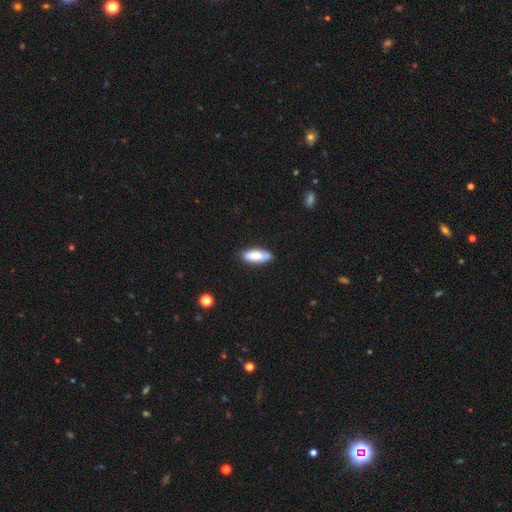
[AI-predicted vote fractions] A smooth galaxy with no disk features (77%) that is in between round and cigar-shaped (73%).

Vote fractions:
- Smooth or featured? smooth: 77% / featured or disk: 17% / star or artifact: 6%
- How rounded? in between: 73% / cigar-shaped: 25% / round: 2%
- Merging? none: 78% / minor disturbance: 18% / major disturbance: 3% / merger: 2%